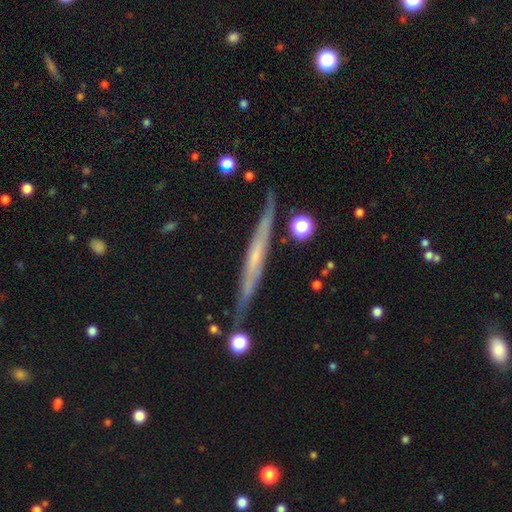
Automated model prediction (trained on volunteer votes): Overall: featured or disk (65%; smooth 29%). Edge-on disk: yes (94%). Edge-on bulge: none (72%). Merging: none (80%).